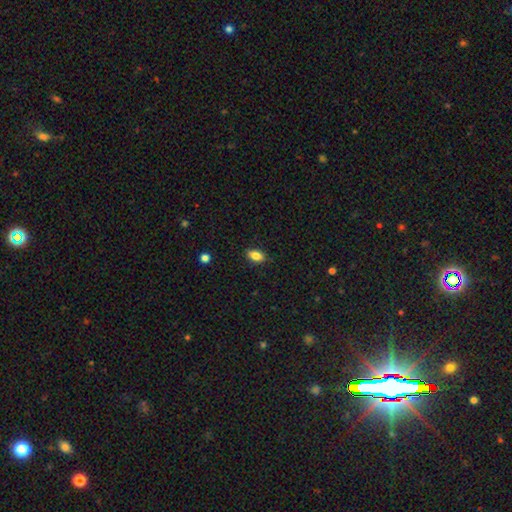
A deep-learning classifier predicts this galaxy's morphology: type=smooth (85%); roundness=in between (88%); merging=none (87%).